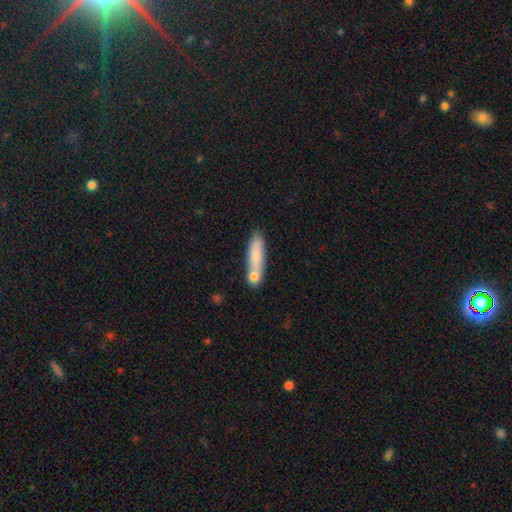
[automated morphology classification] Q: Smooth or featured?
A: smooth (76%); runner-up: featured or disk (17%)
Q: How rounded?
A: cigar-shaped (71%); runner-up: in between (27%)
Q: Merging?
A: none (59%); runner-up: merger (23%)